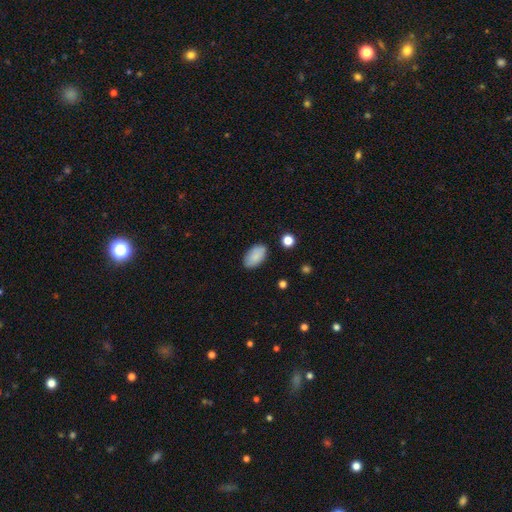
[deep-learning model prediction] The model was most divided on "merging": none: 85%, minor disturbance: 11%, major disturbance: 3%, merger: 2%. More confident: how rounded — in between (94%); smooth or featured — smooth (86%).